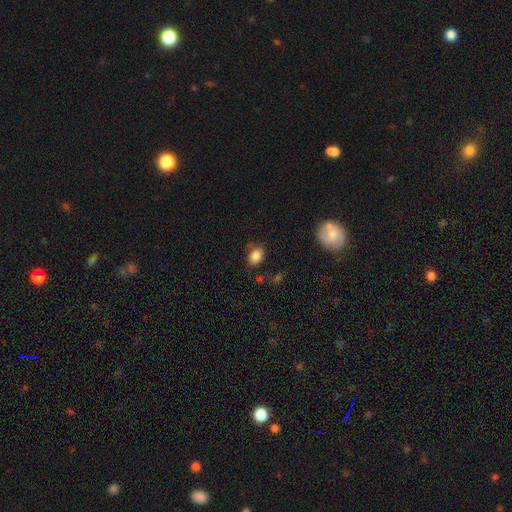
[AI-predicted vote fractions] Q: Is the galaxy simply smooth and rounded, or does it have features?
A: smooth — 85%.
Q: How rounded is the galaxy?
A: in between — 73%.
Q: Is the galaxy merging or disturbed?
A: none — 72%.